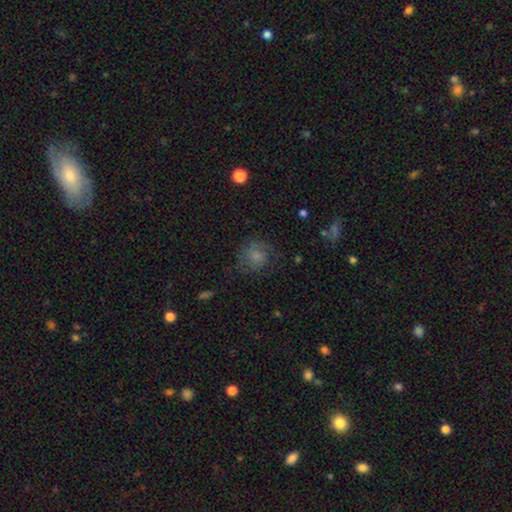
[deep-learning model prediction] smooth_or_featured: smooth (p=0.69) [alt: featured or disk p=0.20]
how_rounded: round (p=0.79) [alt: in between p=0.20]
merging: none (p=0.63) [alt: minor disturbance p=0.22]